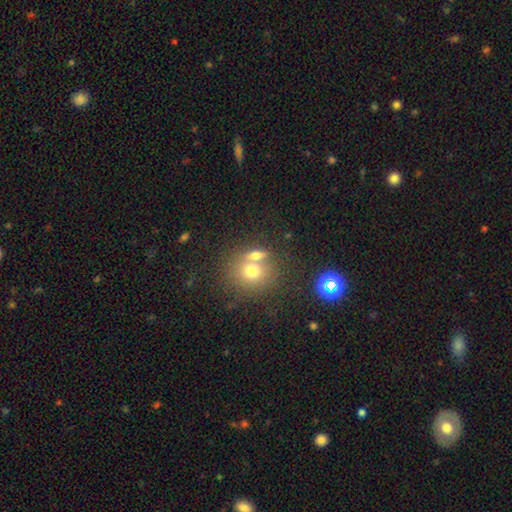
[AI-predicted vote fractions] This appears to be a smooth galaxy with no disk features (68%) that is round (57%). Merging: merger (46%).